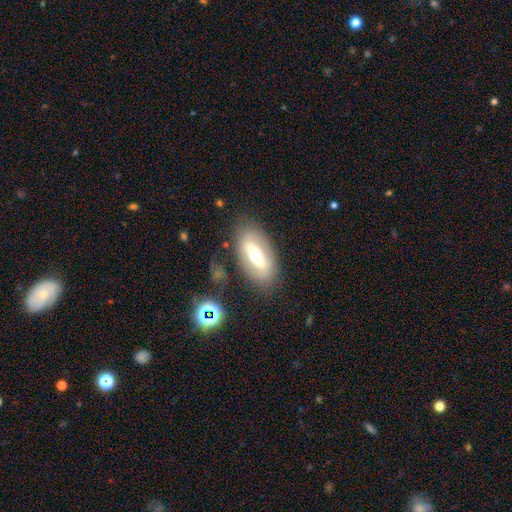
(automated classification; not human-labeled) Q: Smooth or featured?
A: featured or disk (51%); runner-up: smooth (41%)
Q: Edge-on disk?
A: no (70%); runner-up: yes (30%)
Q: Merging?
A: none (77%); runner-up: minor disturbance (14%)